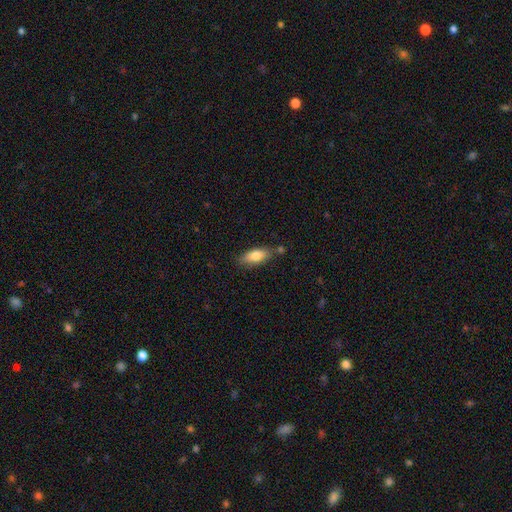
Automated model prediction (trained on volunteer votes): smooth 78%, featured or disk 15%, star or artifact 7%. Down the decision tree: how rounded — in between (78%); merging — none (72%).